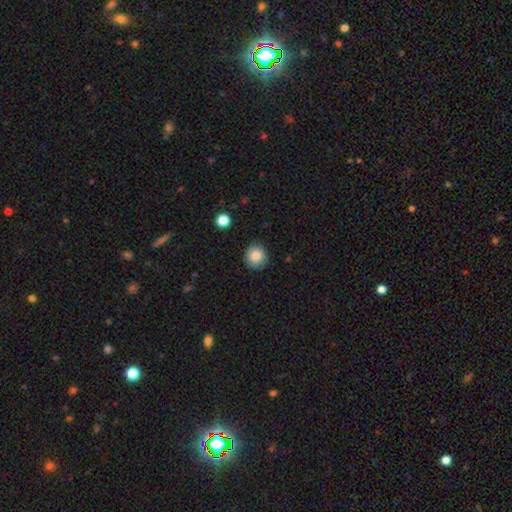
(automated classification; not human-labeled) A smooth galaxy with no disk features (86%) that is round (92%). Merging: none (88%).